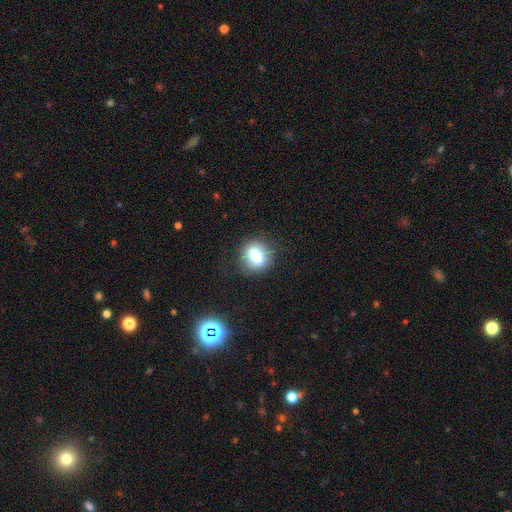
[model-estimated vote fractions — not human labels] A smooth galaxy with no disk features (67%) that is round (47%). Merging: none (78%).